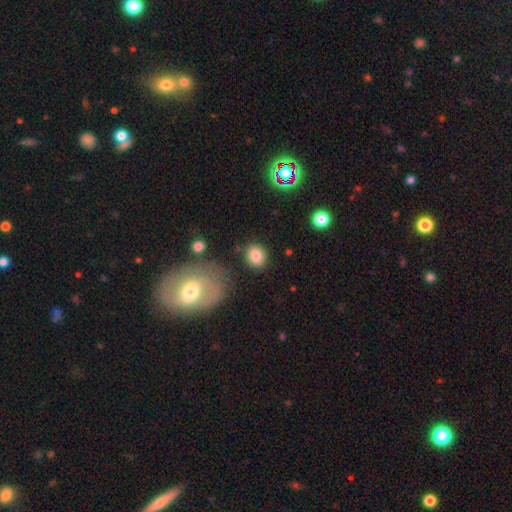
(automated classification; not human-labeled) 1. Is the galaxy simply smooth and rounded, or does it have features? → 85% smooth, 9% star or artifact, 6% featured or disk.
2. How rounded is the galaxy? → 69% round, 30% in between, 1% cigar-shaped.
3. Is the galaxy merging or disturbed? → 82% none, 10% minor disturbance, 4% merger, 4% major disturbance.